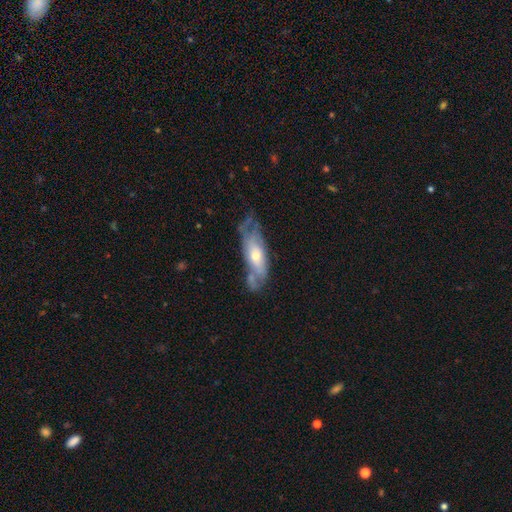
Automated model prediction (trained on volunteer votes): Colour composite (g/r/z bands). It shows a featured or disk galaxy (55%). Merging: none (44%).